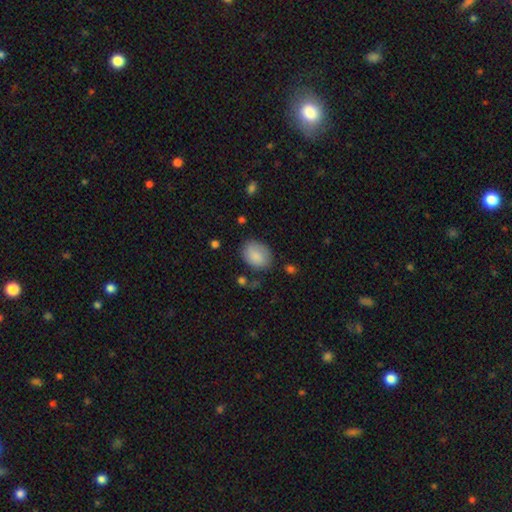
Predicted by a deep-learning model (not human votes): Smooth or featured? Predicted: smooth (p=0.85). How rounded? Predicted: in between (p=0.63). Merging? Predicted: none (p=0.71).